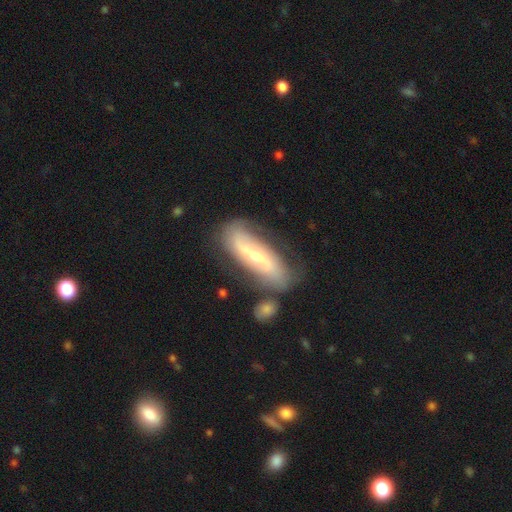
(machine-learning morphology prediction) Smooth or featured? Predicted: featured or disk (p=0.69). Edge-on disk? Predicted: no (p=0.81). Bar? Predicted: strong (p=0.38). Spiral arms? Predicted: yes (p=0.83). Bulge size? Predicted: small (p=0.57). Merging? Predicted: none (p=0.64).